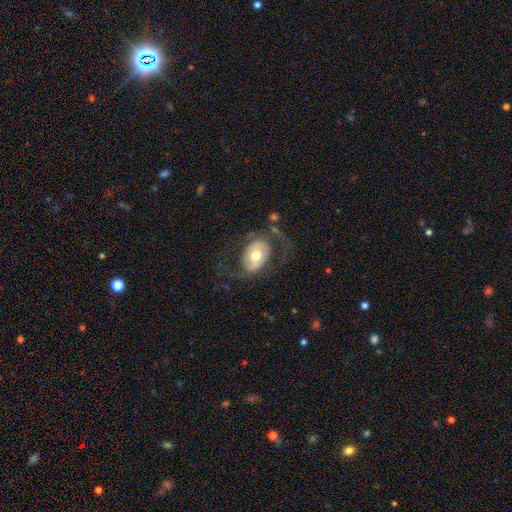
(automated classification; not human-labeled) Smooth or featured? Predicted: featured or disk (p=0.67). Edge-on disk? Predicted: no (p=0.95). Bar? Predicted: no (p=0.53). Spiral arms? Predicted: yes (p=0.73). Bulge size? Predicted: moderate (p=0.71). Merging? Predicted: none (p=0.61).